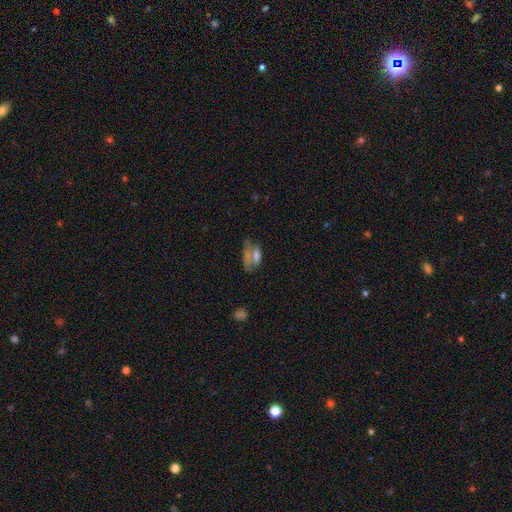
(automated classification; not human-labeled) Morphology: type=smooth (57%); roundness=in between (83%); merging=none (32%).